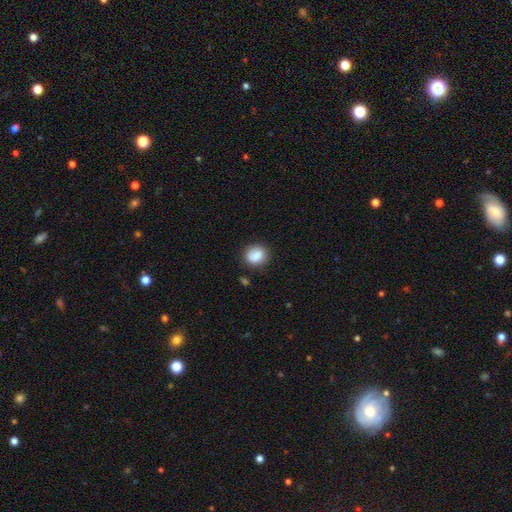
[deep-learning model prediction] A smooth galaxy with no disk features (86%) that is round (70%). Merging: none (79%).